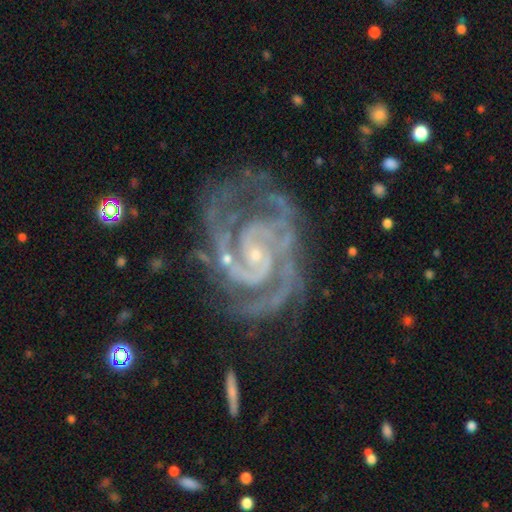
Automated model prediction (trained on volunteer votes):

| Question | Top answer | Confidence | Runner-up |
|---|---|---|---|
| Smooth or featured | featured or disk | 93% | star or artifact (5%) |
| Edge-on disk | no | 98% | yes (2%) |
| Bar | no | 59% | weak (29%) |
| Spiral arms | yes | 98% | no (2%) |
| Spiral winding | tight | 59% | medium (36%) |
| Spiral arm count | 2 | 57% | 3 (19%) |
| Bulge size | small | 82% | moderate (12%) |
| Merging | none | 59% | minor disturbance (22%) |